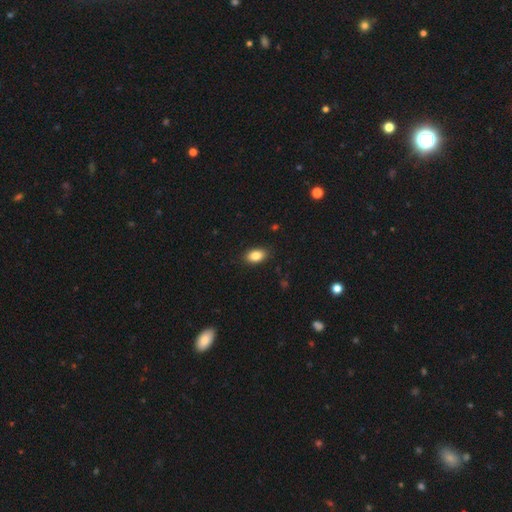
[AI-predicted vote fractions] This is clearly a smooth galaxy (85%). How rounded: clearly in between (88%). Merging: clearly none (88%).